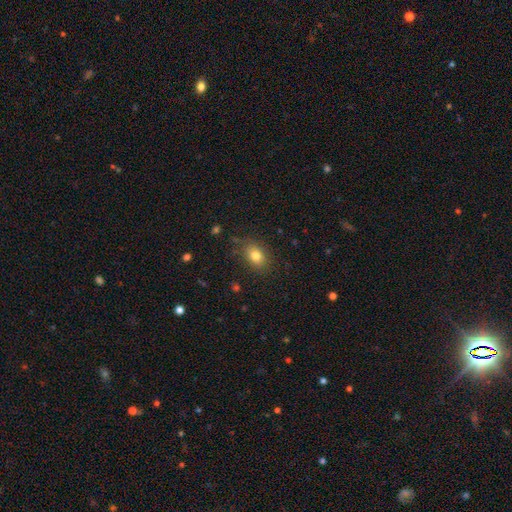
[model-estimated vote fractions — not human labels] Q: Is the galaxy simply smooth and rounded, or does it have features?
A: smooth — 81%.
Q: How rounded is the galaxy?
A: in between — 71%.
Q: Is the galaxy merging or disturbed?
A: none — 80%.